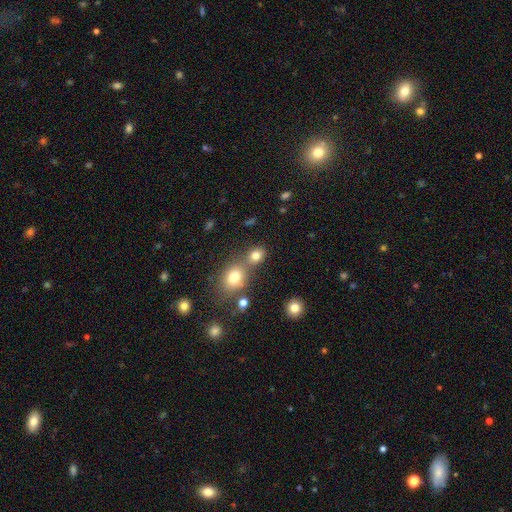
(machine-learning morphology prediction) Overall: smooth (78%). How rounded: round (59%; in between 39%). Merging: none (55%; merger 31%).